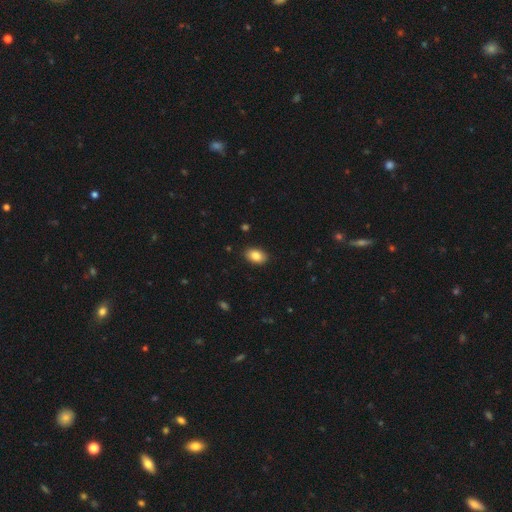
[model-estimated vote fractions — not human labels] Q: Smooth or featured?
A: smooth (86%); runner-up: star or artifact (8%)
Q: How rounded?
A: in between (88%); runner-up: round (11%)
Q: Merging?
A: none (88%); runner-up: minor disturbance (9%)